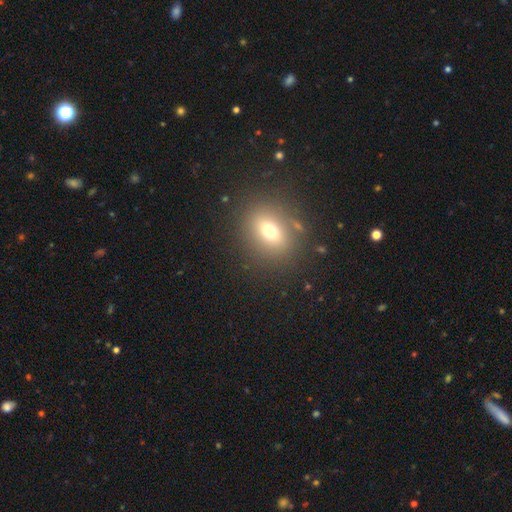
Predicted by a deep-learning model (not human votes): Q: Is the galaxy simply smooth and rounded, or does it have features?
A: smooth — 62%.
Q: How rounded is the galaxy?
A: in between — 55%.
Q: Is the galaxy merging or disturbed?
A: none — 87%.